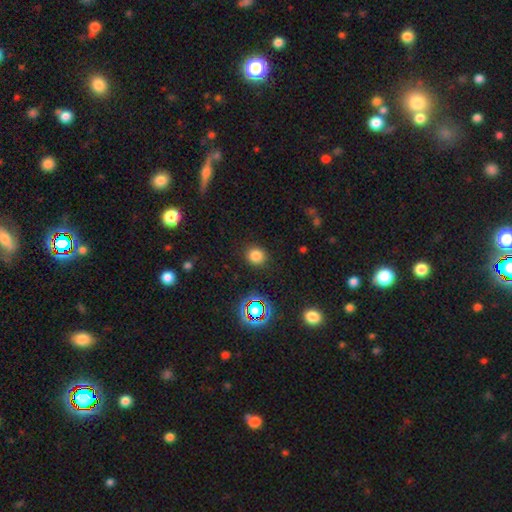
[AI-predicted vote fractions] A smooth galaxy with no disk features (78%) that is round (85%).

Vote fractions:
- Smooth or featured? smooth: 78% / star or artifact: 17% / featured or disk: 5%
- How rounded? round: 85% / in between: 14% / cigar-shaped: 1%
- Merging? none: 89% / minor disturbance: 7% / major disturbance: 3% / merger: 1%